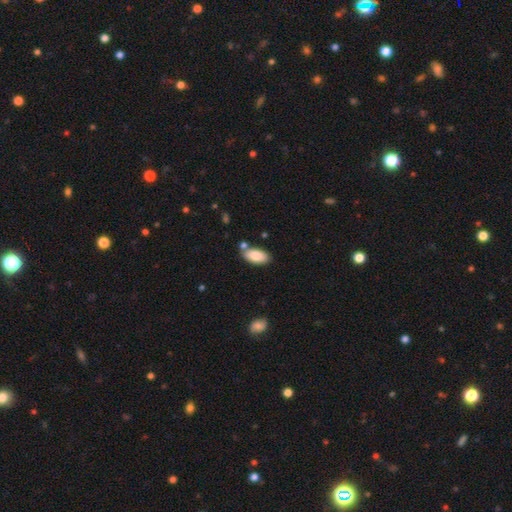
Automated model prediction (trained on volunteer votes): Morphology: type=smooth (85%); roundness=in between (93%); merging=none (73%).